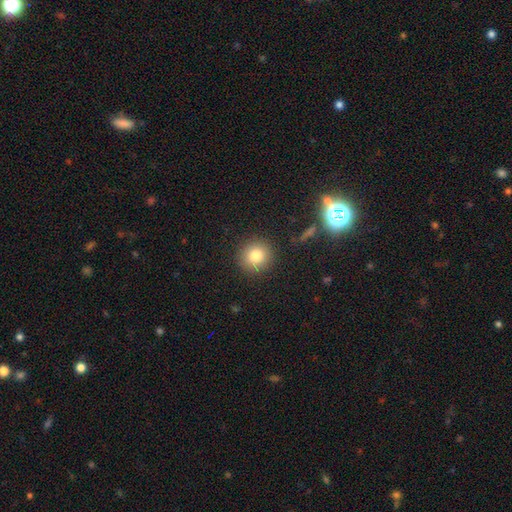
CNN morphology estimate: A smooth galaxy with no disk features (81%) that is round (91%).

Vote fractions:
- Smooth or featured? smooth: 81% / star or artifact: 11% / featured or disk: 8%
- How rounded? round: 91% / in between: 8% / cigar-shaped: 1%
- Merging? none: 89% / minor disturbance: 7% / major disturbance: 2% / merger: 1%